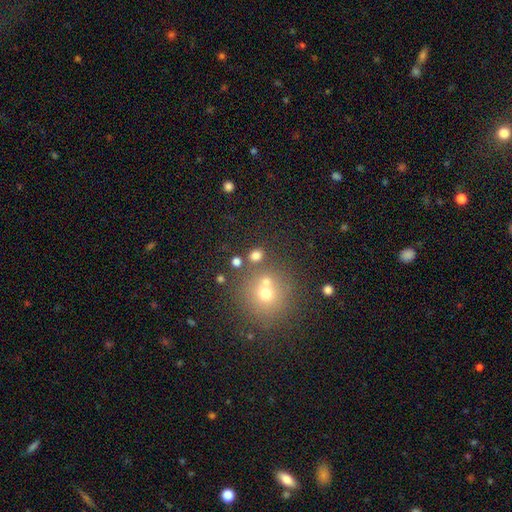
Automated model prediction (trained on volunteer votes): This is likely a smooth galaxy (72%). How rounded: likely round (72%). Merging: likely none (69%).